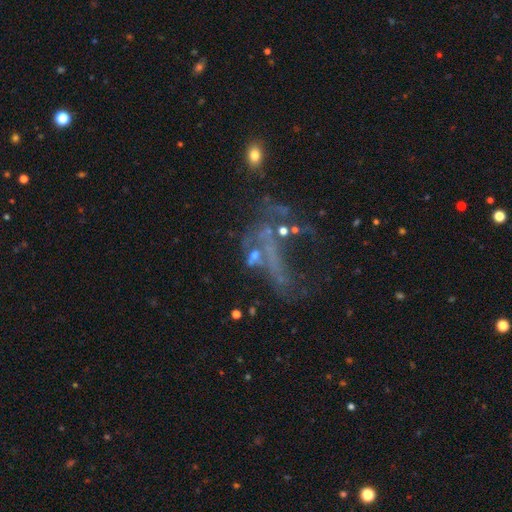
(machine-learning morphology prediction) Smooth or featured?
  - featured or disk: 54% *
  - star or artifact: 26%
  - smooth: 20%
Edge-on disk?
  - no: 93% *
  - yes: 7%
Bar?
  - no: 85% *
  - weak: 10%
  - strong: 5%
Spiral arms?
  - no: 85% *
  - yes: 15%
Bulge size?
  - none: 67% *
  - small: 20%
  - moderate: 10%
  - large: 2%
  - dominant: 1%
Merging?
  - major disturbance: 44% *
  - none: 25%
  - merger: 18%
  - minor disturbance: 13%